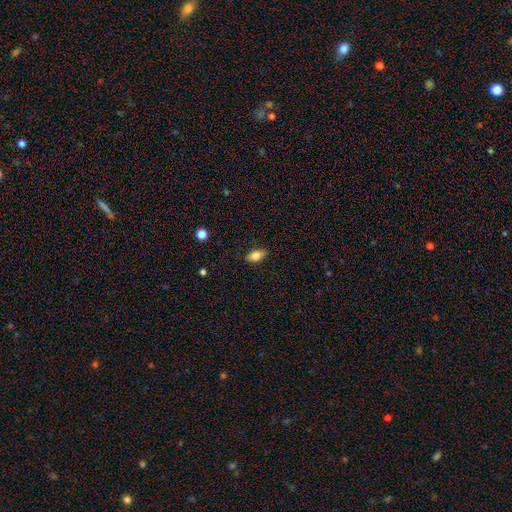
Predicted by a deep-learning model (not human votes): Smooth or featured: smooth — 77% (featured or disk — 15%)
How rounded: in between — 87% (cigar-shaped — 9%)
Merging: none — 87% (minor disturbance — 10%)